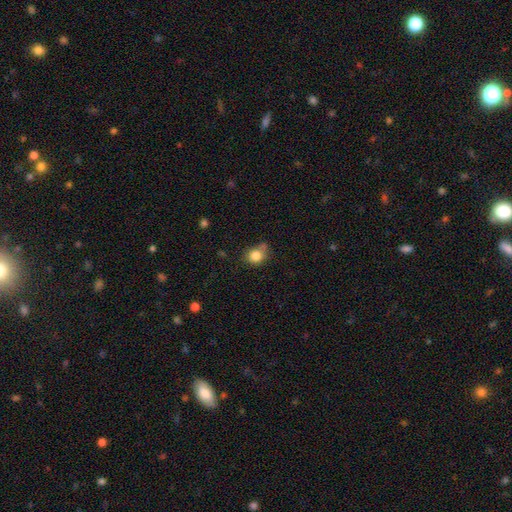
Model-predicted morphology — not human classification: Overall: smooth (82%). How rounded: round (69%; in between 30%). Merging: none (55%; minor disturbance 27%).